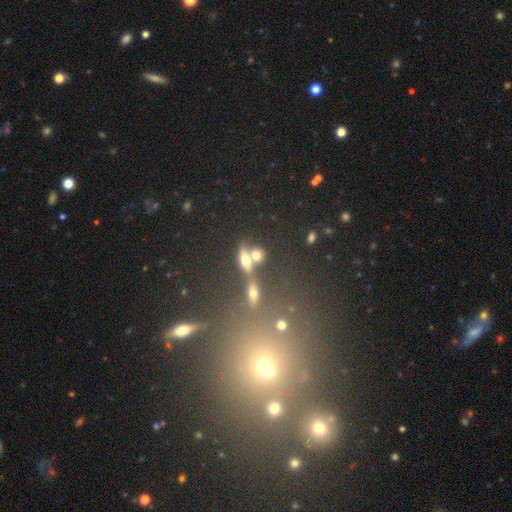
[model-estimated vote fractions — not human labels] A smooth galaxy with no disk features (61%) that is in between round and cigar-shaped (48%). Merging: none (45%).